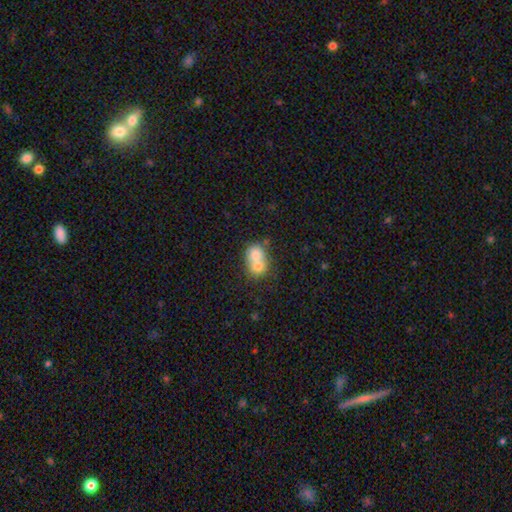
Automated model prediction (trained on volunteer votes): Morphology: type=smooth (71%); roundness=round (63%); merging=merger (72%).